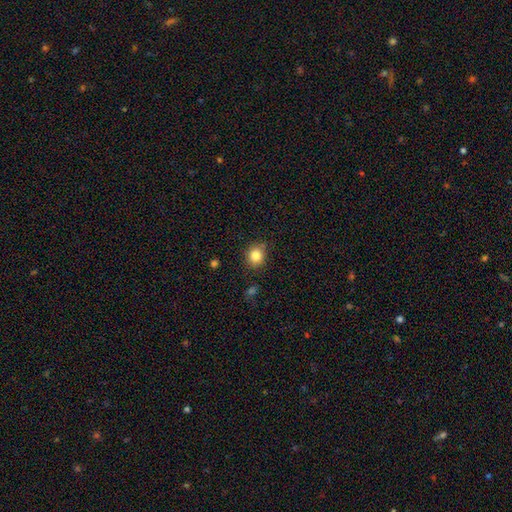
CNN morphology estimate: smooth 84%, star or artifact 11%, featured or disk 6%. Down the decision tree: how rounded — round (73%); merging — none (81%).